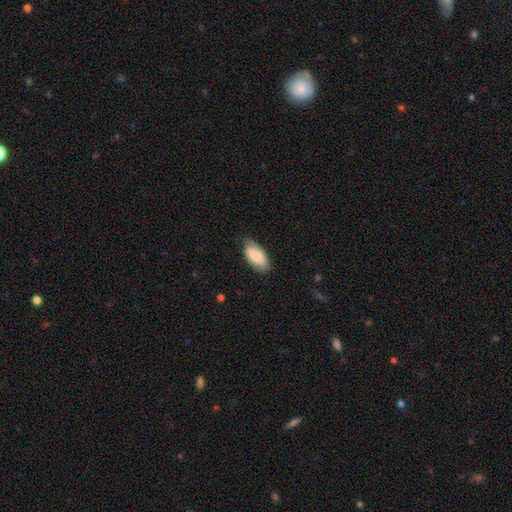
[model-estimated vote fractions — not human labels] Overall: smooth (75%). How rounded: in between (90%). Merging: none (67%).